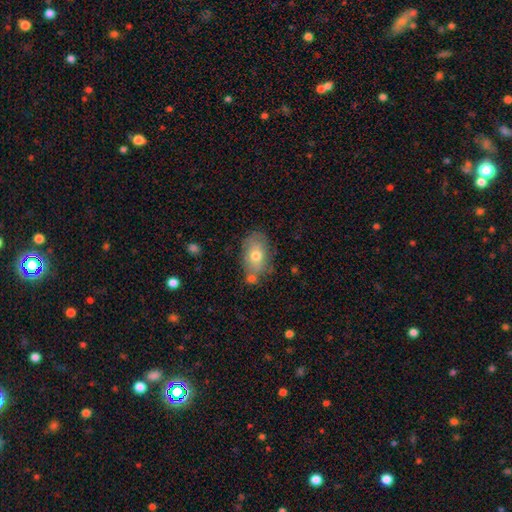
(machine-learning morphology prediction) Smooth or featured: smooth — 67% (featured or disk — 25%)
How rounded: in between — 86% (round — 12%)
Merging: none — 64% (minor disturbance — 19%)